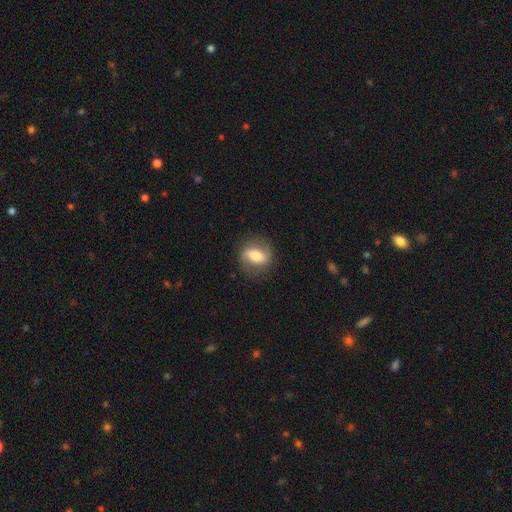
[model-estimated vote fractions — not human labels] Smooth or featured? Predicted: featured or disk (p=0.58). Edge-on disk? Predicted: no (p=0.94). Bar? Predicted: strong (p=0.40). Spiral arms? Predicted: yes (p=0.78). Bulge size? Predicted: moderate (p=0.60). Merging? Predicted: none (p=0.81).